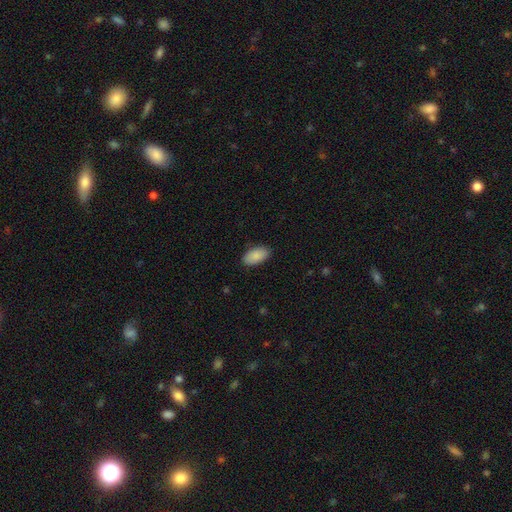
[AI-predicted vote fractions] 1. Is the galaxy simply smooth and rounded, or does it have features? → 89% smooth, 6% star or artifact, 5% featured or disk.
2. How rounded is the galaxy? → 95% in between, 3% cigar-shaped, 3% round.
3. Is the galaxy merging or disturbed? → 88% none, 9% minor disturbance, 2% major disturbance, 1% merger.